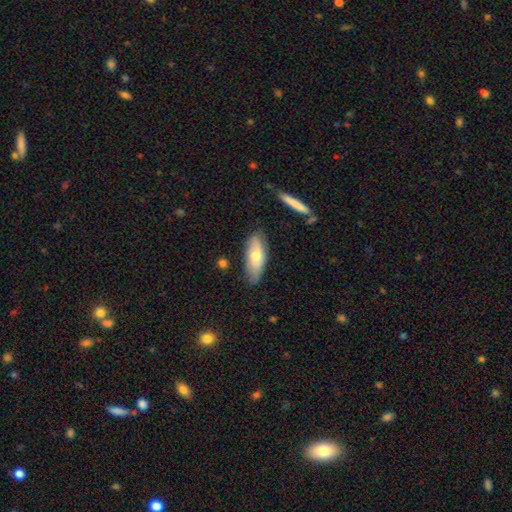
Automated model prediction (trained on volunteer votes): A smooth galaxy with no disk features (63%) that is in between round and cigar-shaped (75%). Merging: none (74%).